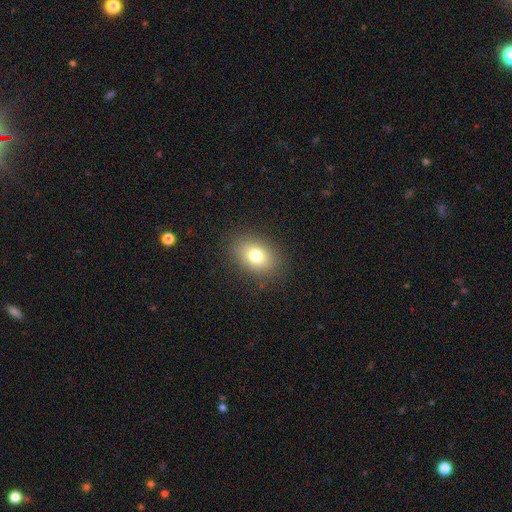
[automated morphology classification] Overall: smooth (77%). How rounded: in between (70%). Merging: none (86%).